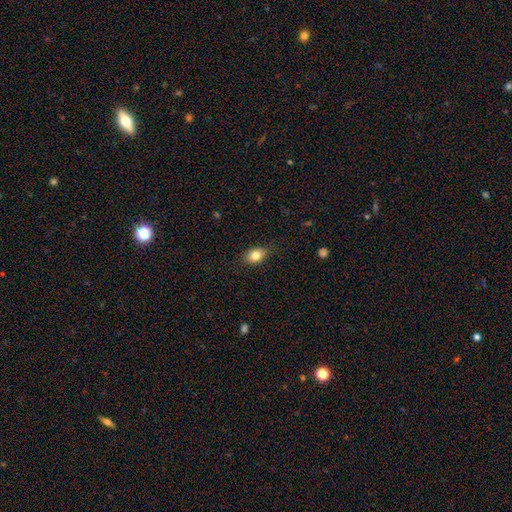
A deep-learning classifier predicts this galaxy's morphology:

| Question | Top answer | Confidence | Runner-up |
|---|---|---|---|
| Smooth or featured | smooth | 81% | featured or disk (10%) |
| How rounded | in between | 79% | round (19%) |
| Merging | none | 83% | minor disturbance (14%) |